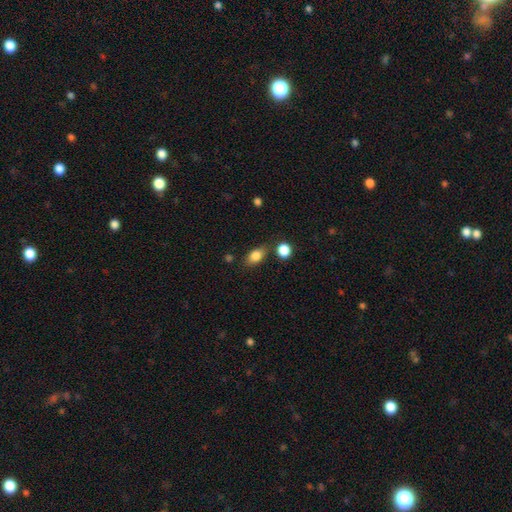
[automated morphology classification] Q: Smooth or featured?
A: smooth (83%); runner-up: star or artifact (9%)
Q: How rounded?
A: in between (81%); runner-up: round (15%)
Q: Merging?
A: none (73%); runner-up: minor disturbance (15%)